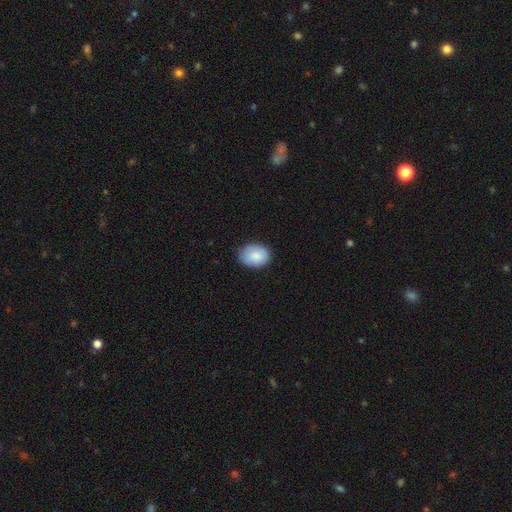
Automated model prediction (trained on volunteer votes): smooth 85%, featured or disk 9%, star or artifact 6%. Down the decision tree: how rounded — in between (73%); merging — none (79%).